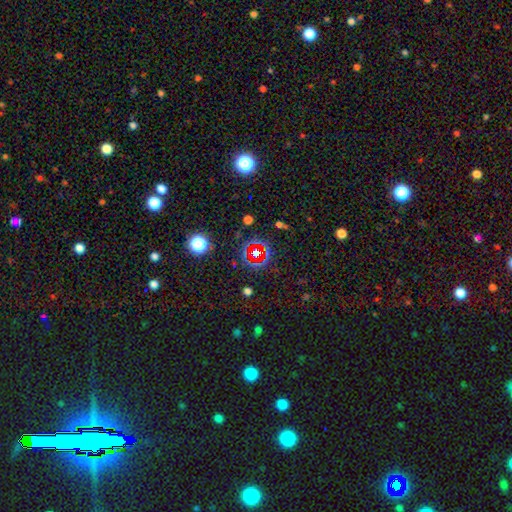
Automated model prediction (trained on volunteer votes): Smooth or featured?
  - star or artifact: 67% *
  - smooth: 21%
  - featured or disk: 12%